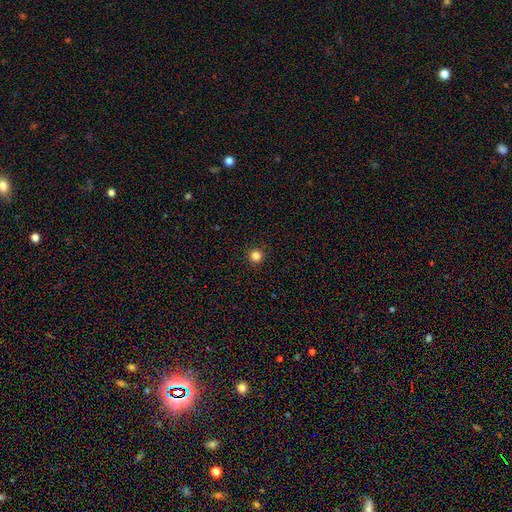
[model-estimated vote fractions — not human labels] smooth 84%, star or artifact 13%, featured or disk 3%. Down the decision tree: how rounded — round (96%); merging — none (93%).